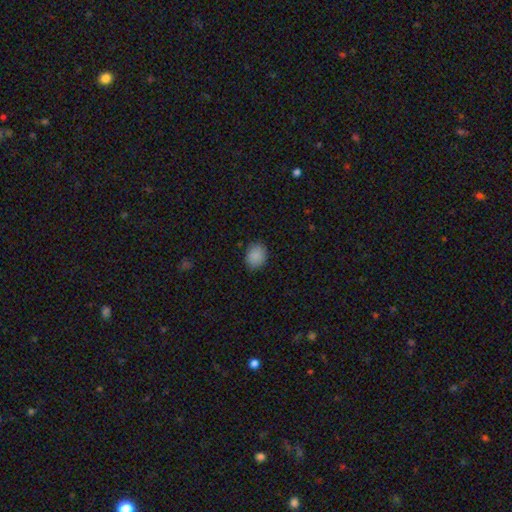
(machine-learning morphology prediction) Smooth or featured? smooth (88%)
How rounded? round (56%)
Merging? none (85%)